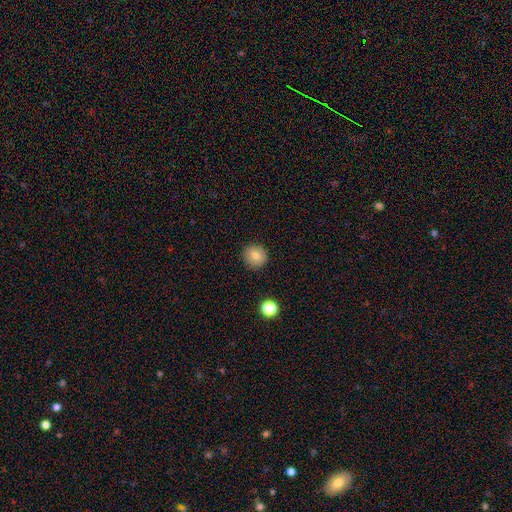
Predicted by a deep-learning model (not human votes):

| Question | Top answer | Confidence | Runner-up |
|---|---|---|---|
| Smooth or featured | smooth | 79% | featured or disk (11%) |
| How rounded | round | 94% | in between (5%) |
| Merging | none | 91% | minor disturbance (6%) |